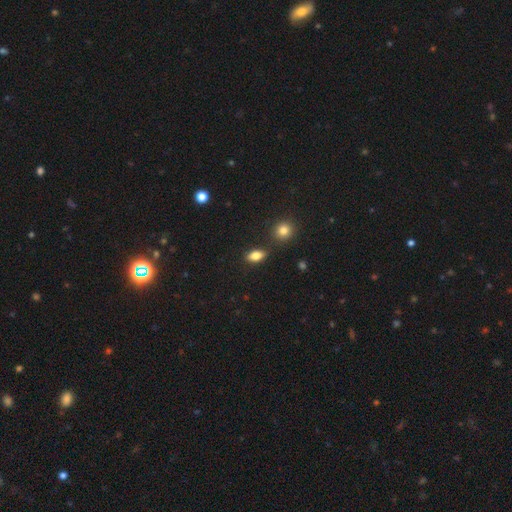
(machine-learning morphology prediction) smooth-or-featured: smooth: 81% | featured or disk: 10% | star or artifact: 9%
  how-rounded: in between: 85% | round: 9% | cigar-shaped: 6%
  merging: none: 81% | minor disturbance: 12% | merger: 5% | major disturbance: 3%